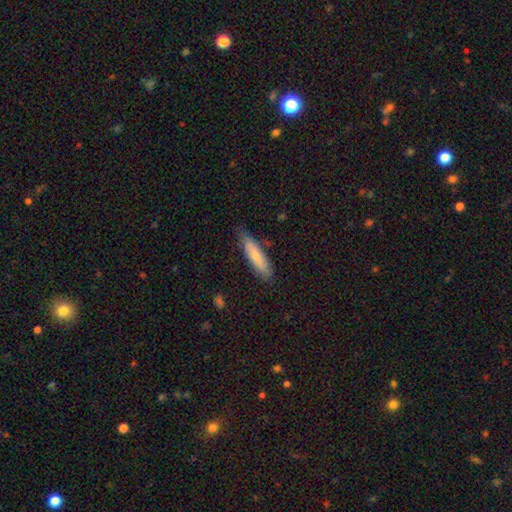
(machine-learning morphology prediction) Smooth or featured: smooth — 75% (featured or disk — 19%)
How rounded: cigar-shaped — 78% (in between — 21%)
Merging: none — 77% (minor disturbance — 18%)